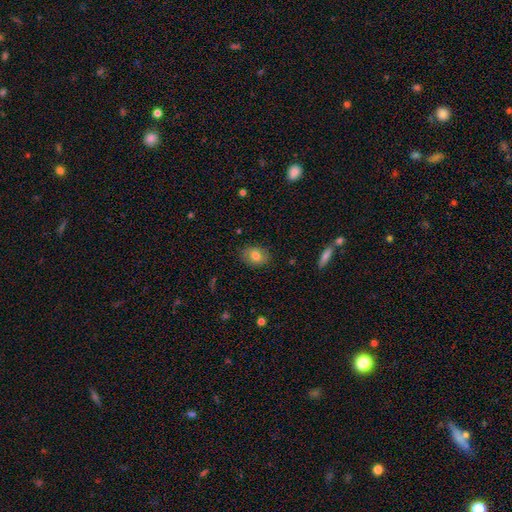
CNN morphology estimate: The model was most divided on "how rounded": in between: 62%, round: 37%, cigar-shaped: 1%. More confident: merging — none (85%); smooth or featured — smooth (75%).